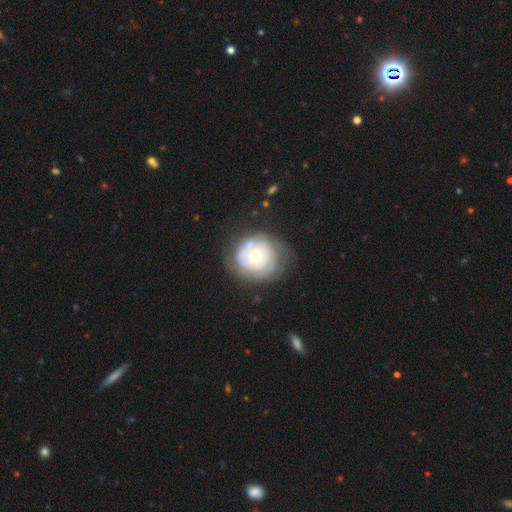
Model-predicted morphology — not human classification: smooth-or-featured: featured or disk: 58% | smooth: 35% | star or artifact: 7%
  disk-edge-on: no: 97% | yes: 3%
    bar: no: 88% | weak: 10% | strong: 2%
    has-spiral-arms: yes: 53% | no: 47%
    bulge-size: moderate: 64% | small: 29% | large: 5% | dominant: 1% | none: 1%
  merging: none: 65% | minor disturbance: 22% | major disturbance: 10% | merger: 3%